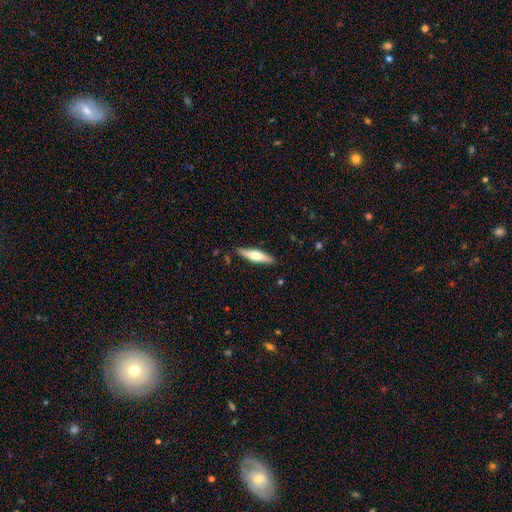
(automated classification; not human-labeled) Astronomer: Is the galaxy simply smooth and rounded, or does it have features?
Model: smooth — 51% (runner-up: featured or disk, 44%).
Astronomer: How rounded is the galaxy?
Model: cigar-shaped — 73%.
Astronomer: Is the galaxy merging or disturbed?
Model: none — 88%.